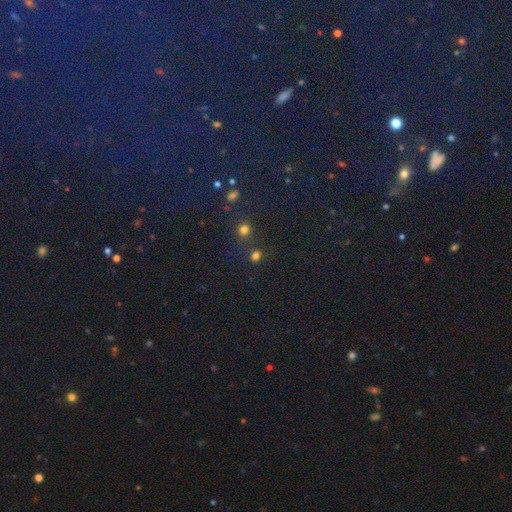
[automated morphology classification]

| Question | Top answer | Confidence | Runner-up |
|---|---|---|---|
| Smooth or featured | smooth | 70% | star or artifact (25%) |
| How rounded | round | 77% | in between (22%) |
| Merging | none | 72% | merger (16%) |